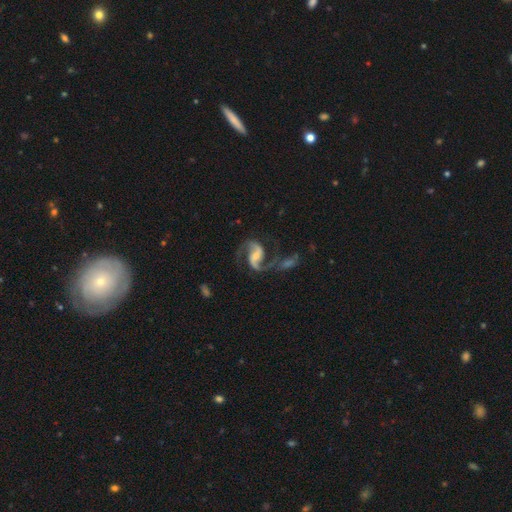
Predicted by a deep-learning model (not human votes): smooth_or_featured: featured or disk (p=0.90) [alt: star or artifact p=0.05]
disk_edge_on: no (p=0.98) [alt: yes p=0.02]
bar: weak (p=0.44) [alt: no p=0.29]
has_spiral_arms: yes (p=0.98) [alt: no p=0.02]
spiral_winding: medium (p=0.48) [alt: loose p=0.43]
spiral_arm_count: 2 (p=0.93) [alt: 1 p=0.02]
bulge_size: small (p=0.40) [alt: moderate p=0.33]
merging: none (p=0.58) [alt: minor disturbance p=0.15]